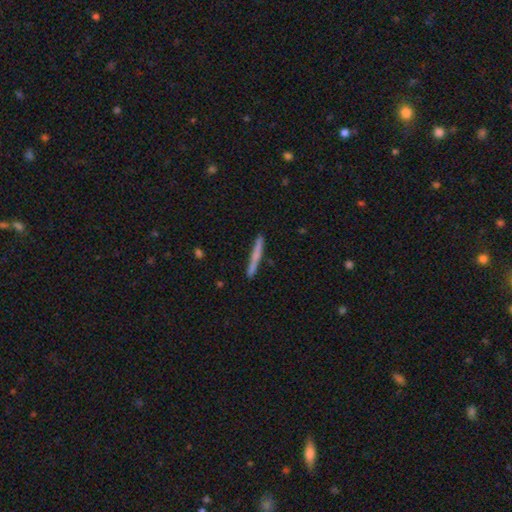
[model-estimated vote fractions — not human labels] This appears to be a smooth galaxy with no disk features (63%) that is cigar-shaped (97%). Merging: none (89%).